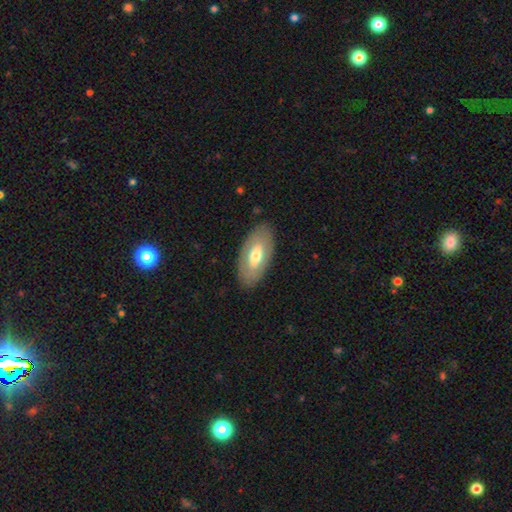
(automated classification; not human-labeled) The model was most divided on "smooth or featured": smooth: 54%, featured or disk: 41%, star or artifact: 5%. More confident: how rounded — in between (92%); merging — none (85%).